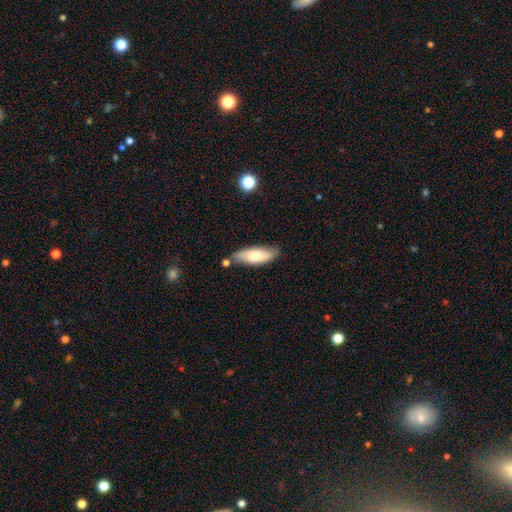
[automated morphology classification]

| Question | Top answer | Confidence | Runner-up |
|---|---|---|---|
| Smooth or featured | smooth | 73% | featured or disk (21%) |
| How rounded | in between | 63% | cigar-shaped (35%) |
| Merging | none | 71% | minor disturbance (18%) |